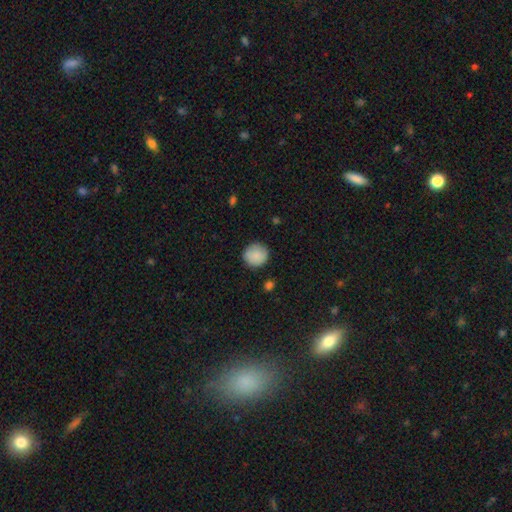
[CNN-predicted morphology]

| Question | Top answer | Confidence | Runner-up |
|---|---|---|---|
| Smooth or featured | smooth | 88% | star or artifact (7%) |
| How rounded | round | 93% | in between (6%) |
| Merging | none | 87% | minor disturbance (9%) |